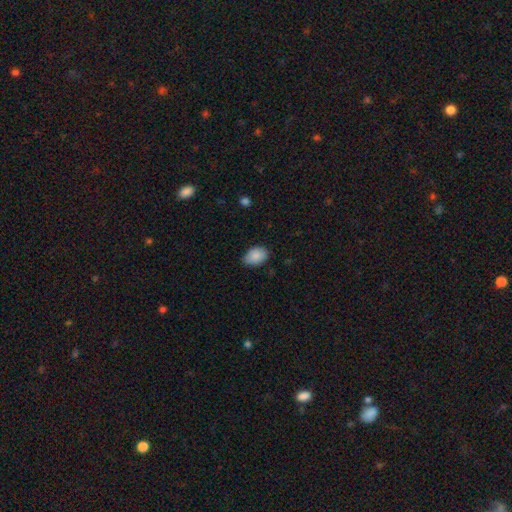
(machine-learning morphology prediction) A smooth galaxy with no disk features (87%) that is in between round and cigar-shaped (82%).

Vote fractions:
- Smooth or featured? smooth: 87% / star or artifact: 7% / featured or disk: 5%
- How rounded? in between: 82% / round: 16% / cigar-shaped: 1%
- Merging? none: 74% / minor disturbance: 22% / major disturbance: 3% / merger: 1%